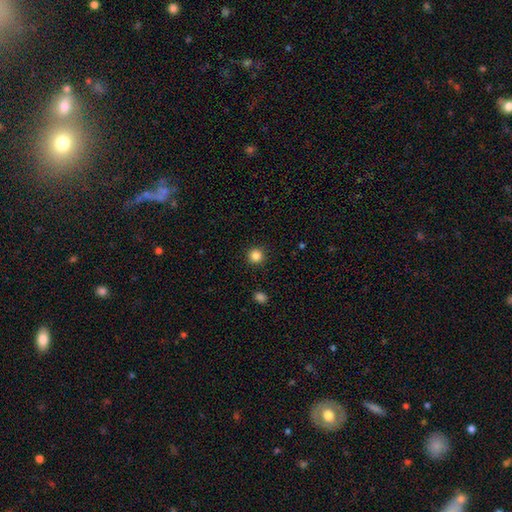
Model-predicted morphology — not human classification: Smooth or featured? Predicted: smooth (p=0.85). How rounded? Predicted: round (p=0.95). Merging? Predicted: none (p=0.92).